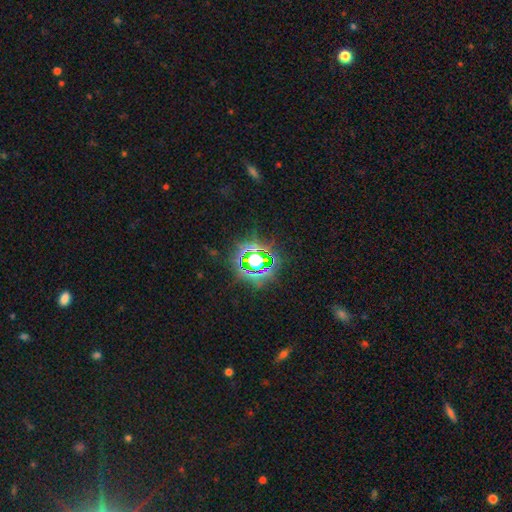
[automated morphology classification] Smooth or featured? star or artifact (74%)